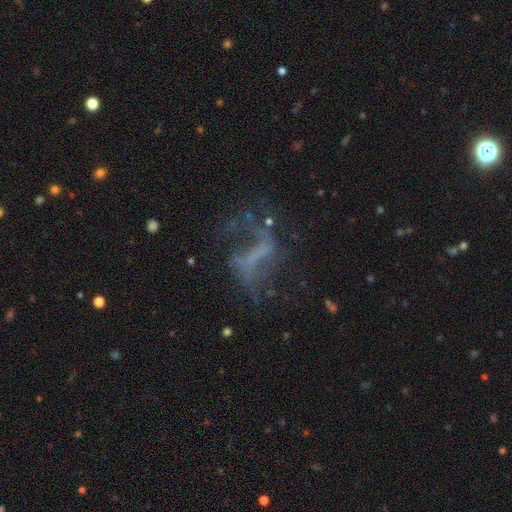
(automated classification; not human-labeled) Overall: featured or disk (62%). Edge-on disk: no (94%). Bar: strong (36%, tied with no). Spiral arms: yes (53%; no 47%). Bulge size: none (72%). Merging: none (46%; major disturbance 33%).